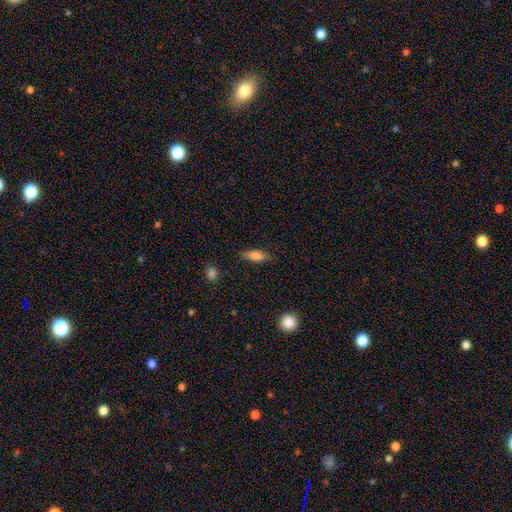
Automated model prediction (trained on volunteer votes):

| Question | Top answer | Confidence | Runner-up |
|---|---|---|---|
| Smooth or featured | smooth | 80% | featured or disk (12%) |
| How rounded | in between | 68% | cigar-shaped (29%) |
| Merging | none | 80% | minor disturbance (15%) |